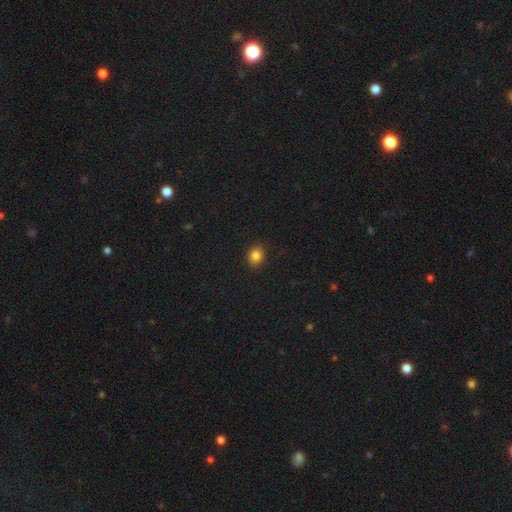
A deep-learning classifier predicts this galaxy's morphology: Overall: smooth (84%). How rounded: round (61%; in between 38%). Merging: none (89%).